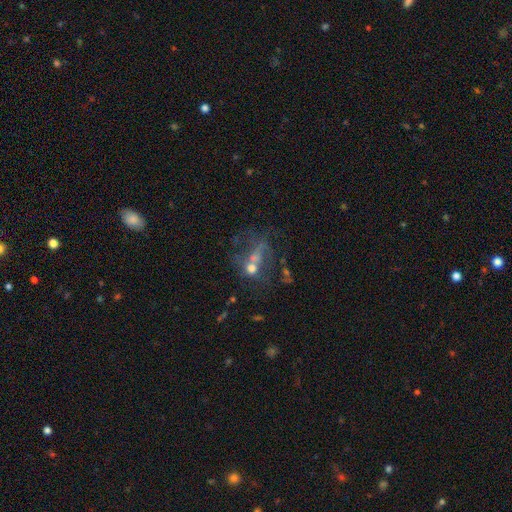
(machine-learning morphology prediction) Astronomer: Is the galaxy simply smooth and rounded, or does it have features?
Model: featured or disk — 47% (runner-up: smooth, 29%).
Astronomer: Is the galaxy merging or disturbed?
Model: merger — 33% (runner-up: none, 29%).